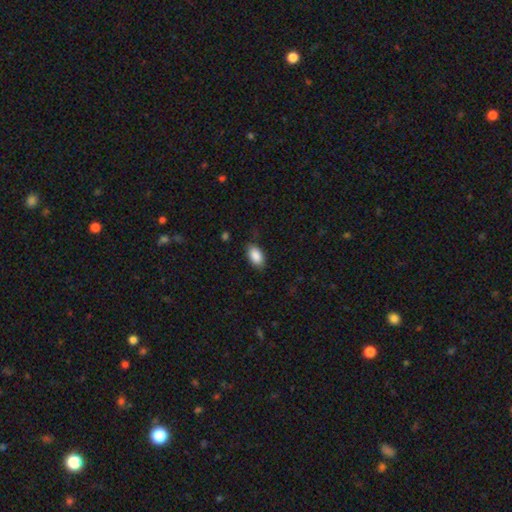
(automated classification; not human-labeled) Smooth or featured? Predicted: smooth (p=0.89). How rounded? Predicted: in between (p=0.93). Merging? Predicted: none (p=0.83).